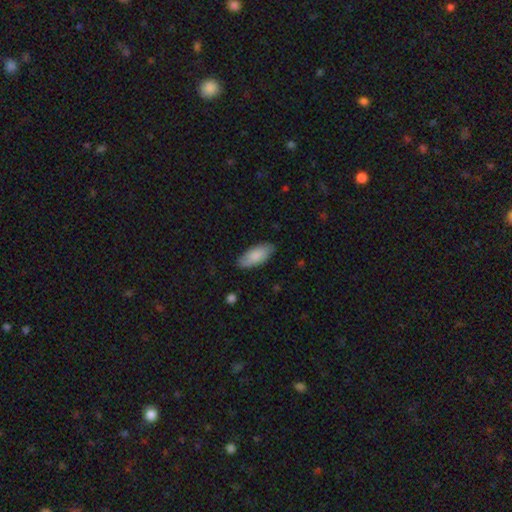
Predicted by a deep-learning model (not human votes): Smooth or featured: smooth — 84% (featured or disk — 11%)
How rounded: in between — 87% (cigar-shaped — 11%)
Merging: none — 82% (minor disturbance — 15%)